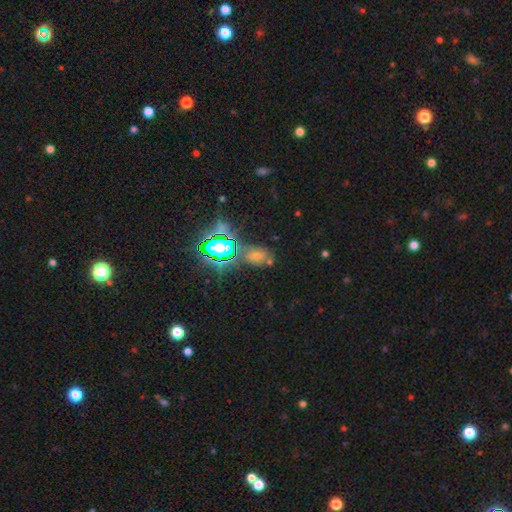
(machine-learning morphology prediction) This is marginally a smooth galaxy (44%). Merging: likely none (65%).